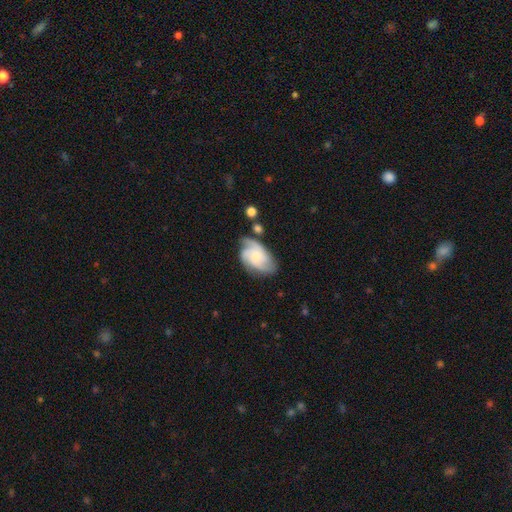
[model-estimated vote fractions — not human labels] Morphology: type=featured or disk (71%); edge-on=no (97%); bar=no (70%); spiral arms=yes (95%); winding=medium (46%); arm count=3 (53%); bulge=small (51%); merging=none (61%).